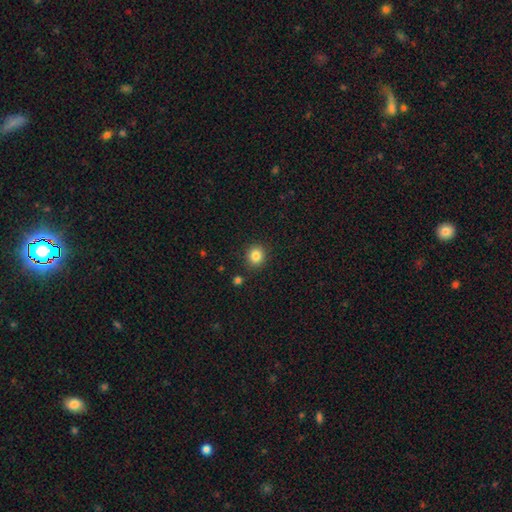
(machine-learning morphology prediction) Smooth or featured: smooth — 85% (star or artifact — 11%)
How rounded: round — 84% (in between — 15%)
Merging: none — 88% (minor disturbance — 7%)